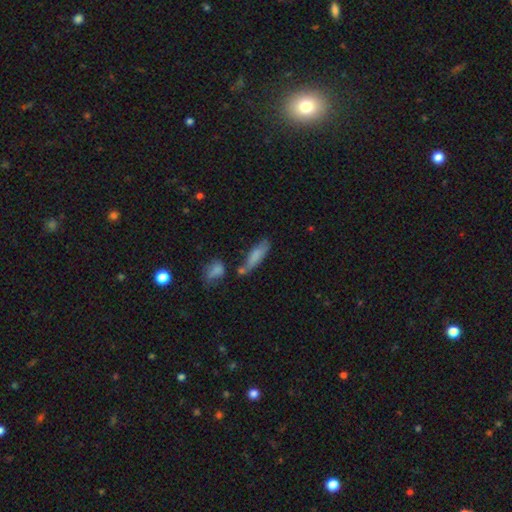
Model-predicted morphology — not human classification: Smooth or featured? smooth (75%)
How rounded? cigar-shaped (51%)
Merging? none (46%)